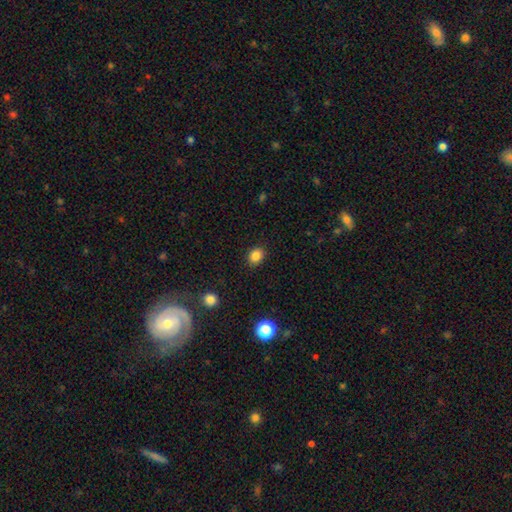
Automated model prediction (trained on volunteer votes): A smooth galaxy with no disk features (85%) that is round (52%). Merging: none (89%).